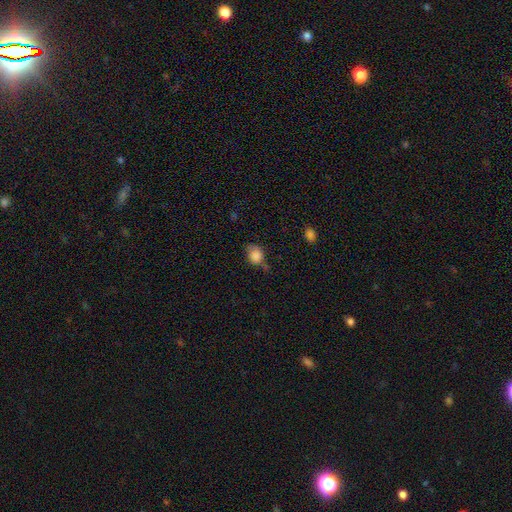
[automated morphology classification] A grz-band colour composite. It shows a smooth galaxy with no disk features (84%) that is round (58%). Merging: none (46%).